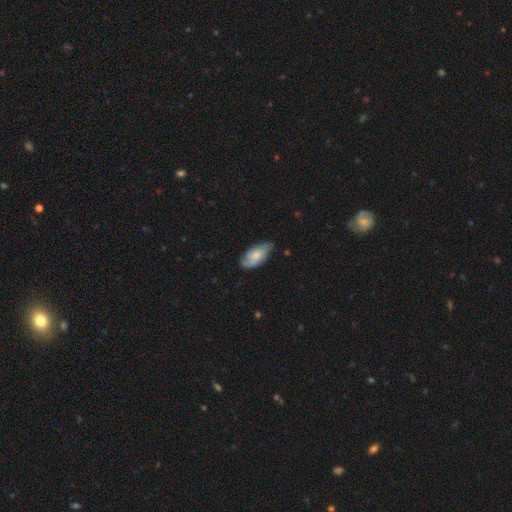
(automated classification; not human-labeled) Smooth or featured: featured or disk — 51% (smooth — 43%)
Edge-on disk: no — 90% (yes — 10%)
Merging: none — 57% (minor disturbance — 31%)